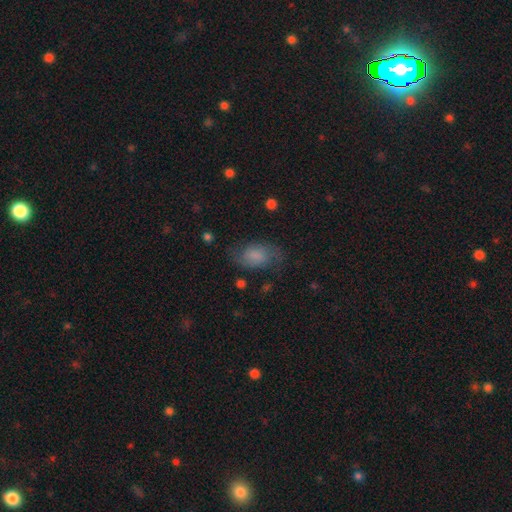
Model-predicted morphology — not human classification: Smooth or featured? Predicted: smooth (p=0.47). Merging? Predicted: none (p=0.65).